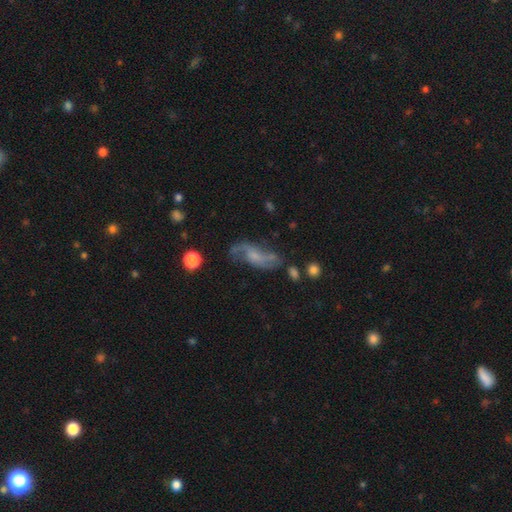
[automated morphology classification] Smooth or featured?
  - featured or disk: 71% *
  - smooth: 20%
  - star or artifact: 9%
Edge-on disk?
  - no: 89% *
  - yes: 11%
Bar?
  - no: 55% *
  - weak: 36%
  - strong: 9%
Spiral arms?
  - yes: 89% *
  - no: 11%
Spiral winding?
  - loose: 68% *
  - medium: 25%
  - tight: 7%
Spiral arm count?
  - 2: 85% *
  - can't tell: 7%
  - 1: 4%
  - 3: 2%
  - 4: 1%
  - more than 4: 1%
Bulge size?
  - small: 39% *
  - none: 29%
  - moderate: 26%
  - large: 5%
  - dominant: 2%
Merging?
  - none: 59% *
  - minor disturbance: 22%
  - major disturbance: 14%
  - merger: 6%